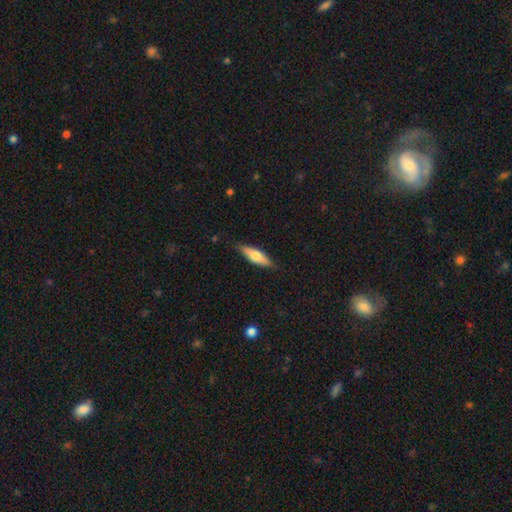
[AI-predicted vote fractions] Morphology: type=smooth (54%); roundness=cigar-shaped (52%); merging=none (83%).